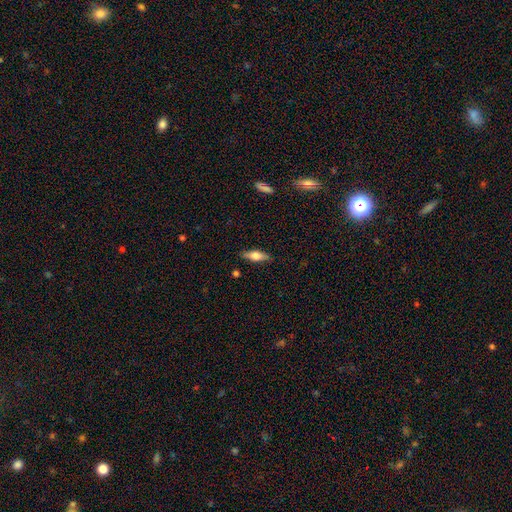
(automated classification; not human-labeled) Smooth or featured: smooth — 61% (featured or disk — 32%)
How rounded: in between — 60% (cigar-shaped — 37%)
Merging: none — 85% (minor disturbance — 11%)